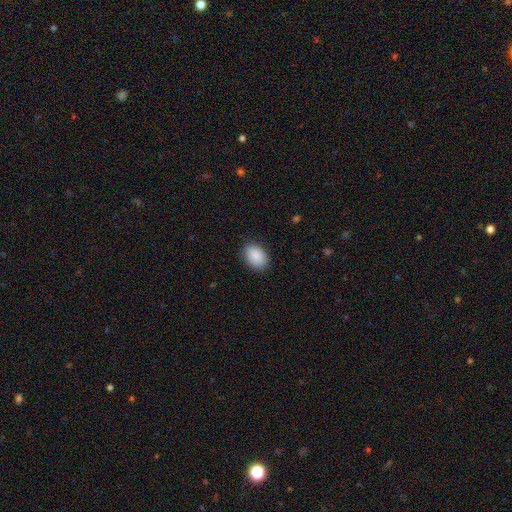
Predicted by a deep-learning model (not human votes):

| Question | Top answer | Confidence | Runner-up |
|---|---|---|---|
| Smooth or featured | smooth | 90% | star or artifact (7%) |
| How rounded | in between | 84% | round (15%) |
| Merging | none | 86% | minor disturbance (11%) |